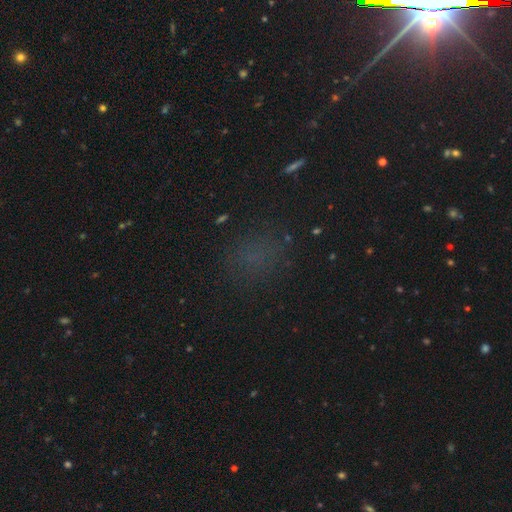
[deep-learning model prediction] This is possibly a smooth galaxy (52%). How rounded: likely round (63%). Merging: likely none (79%).